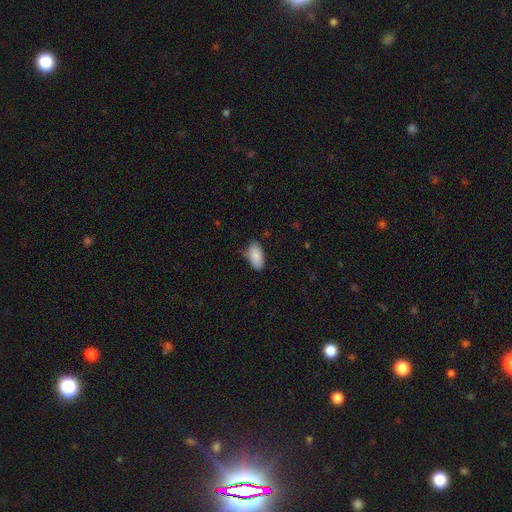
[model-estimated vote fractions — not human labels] Overall: smooth (88%). How rounded: in between (92%). Merging: none (72%).